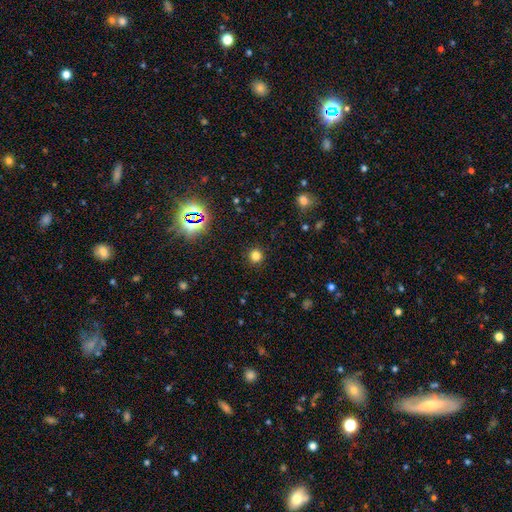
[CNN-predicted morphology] A smooth galaxy with no disk features (78%) that is round (94%).

Vote fractions:
- Smooth or featured? smooth: 78% / star or artifact: 17% / featured or disk: 5%
- How rounded? round: 94% / in between: 6% / cigar-shaped: 1%
- Merging? none: 91% / minor disturbance: 5% / major disturbance: 2% / merger: 1%